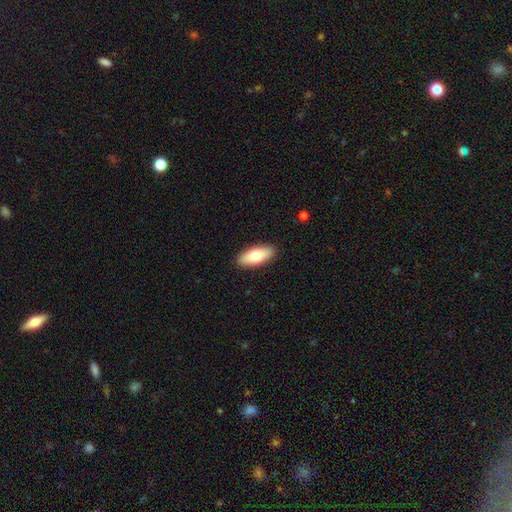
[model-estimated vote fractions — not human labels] smooth-or-featured: smooth: 74% | featured or disk: 20% | star or artifact: 6%
  how-rounded: in between: 82% | cigar-shaped: 16% | round: 2%
  merging: none: 90% | minor disturbance: 7% | major disturbance: 2% | merger: 1%